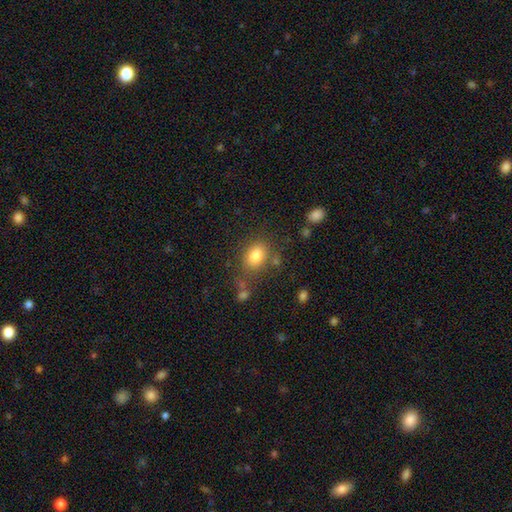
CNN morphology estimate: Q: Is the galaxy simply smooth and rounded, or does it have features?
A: smooth — 82%.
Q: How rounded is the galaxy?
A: in between — 72%.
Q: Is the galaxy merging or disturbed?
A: none — 71%.